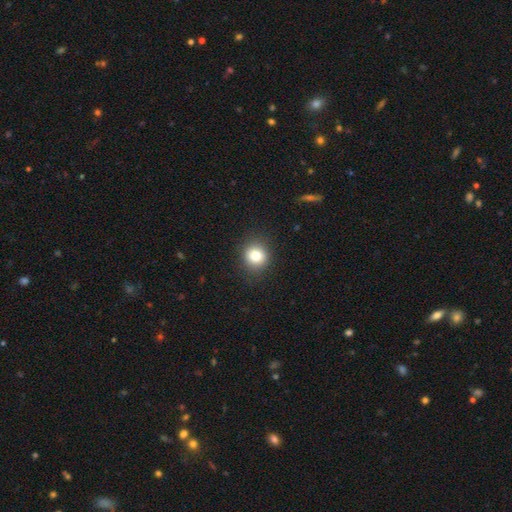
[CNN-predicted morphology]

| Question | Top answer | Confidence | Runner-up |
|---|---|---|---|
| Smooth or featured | smooth | 81% | star or artifact (11%) |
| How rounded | round | 85% | in between (14%) |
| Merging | none | 88% | minor disturbance (8%) |